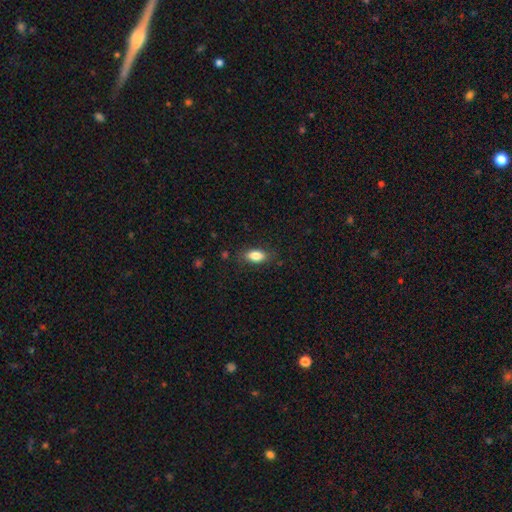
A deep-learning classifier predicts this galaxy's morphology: Q: Smooth or featured?
A: smooth (83%); runner-up: featured or disk (9%)
Q: How rounded?
A: in between (86%); runner-up: cigar-shaped (10%)
Q: Merging?
A: none (83%); runner-up: minor disturbance (13%)